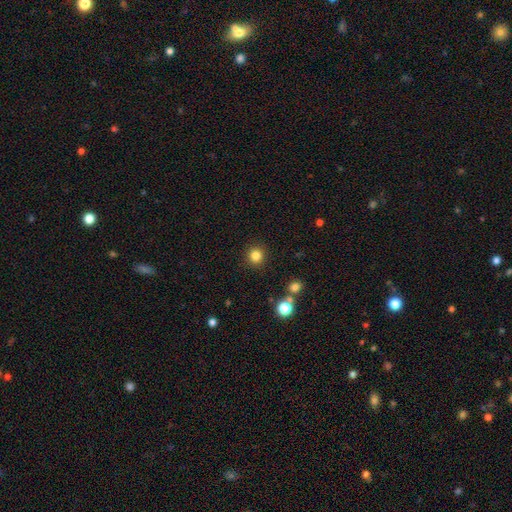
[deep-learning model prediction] Smooth or featured?
  - smooth: 83% *
  - star or artifact: 13%
  - featured or disk: 5%
How rounded?
  - round: 93% *
  - in between: 6%
  - cigar-shaped: 1%
Merging?
  - none: 91% *
  - minor disturbance: 5%
  - major disturbance: 2%
  - merger: 2%